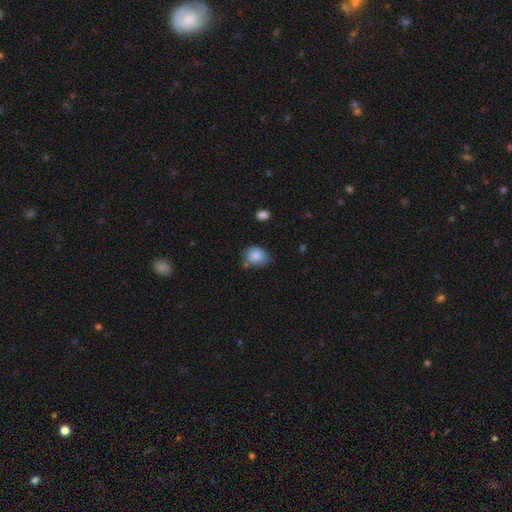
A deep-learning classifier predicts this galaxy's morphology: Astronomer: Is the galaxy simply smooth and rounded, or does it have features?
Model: smooth — 85%.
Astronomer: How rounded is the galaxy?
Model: in between — 62% (runner-up: round, 37%).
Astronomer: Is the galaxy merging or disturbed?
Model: none — 55%.